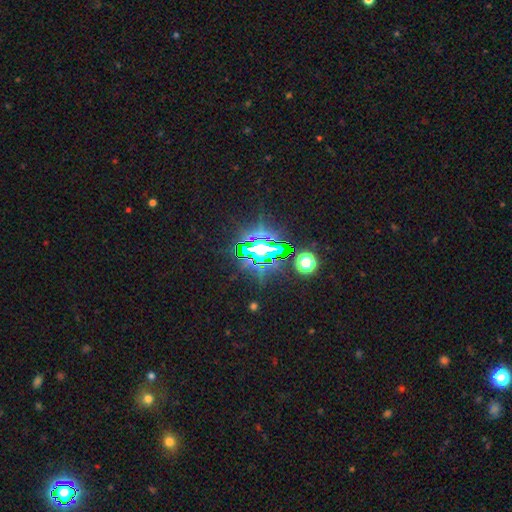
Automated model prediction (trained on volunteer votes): Smooth or featured?
  - star or artifact: 77% *
  - smooth: 12%
  - featured or disk: 11%